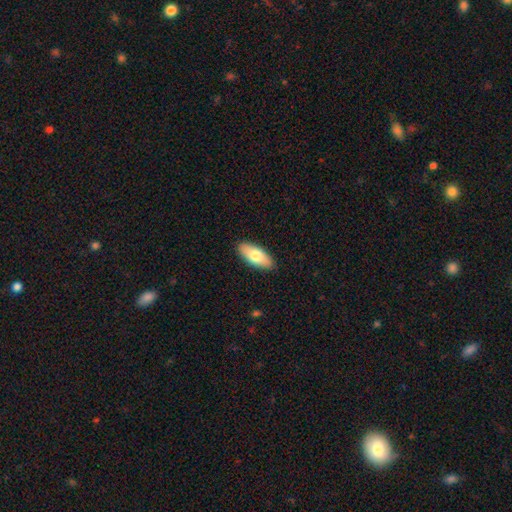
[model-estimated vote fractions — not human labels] This appears to be a smooth galaxy with no disk features (74%) that is in between round and cigar-shaped (84%). Merging: none (90%).